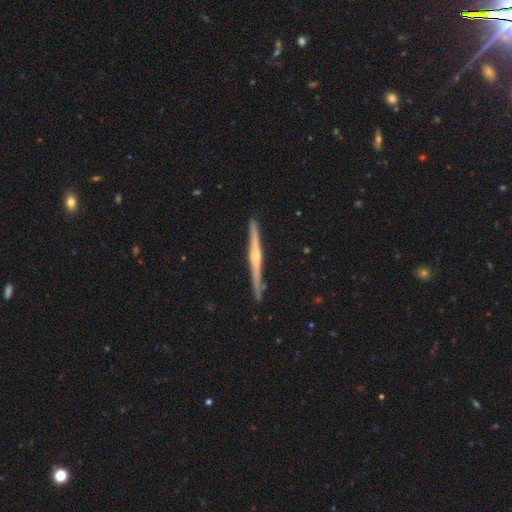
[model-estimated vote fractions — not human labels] Smooth or featured? featured or disk (79%)
Edge-on disk? yes (98%)
Edge-on bulge? rounded (73%)
Merging? none (89%)